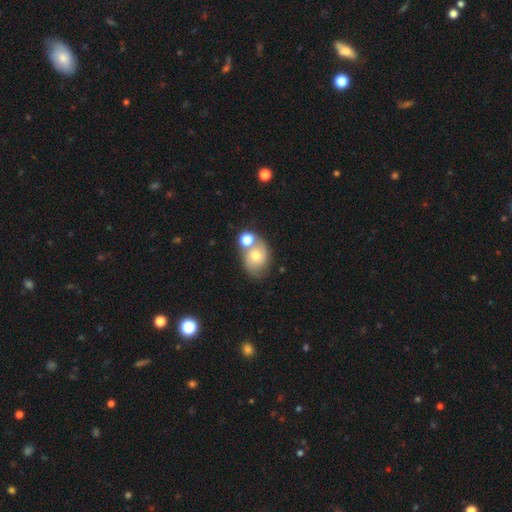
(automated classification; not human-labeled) smooth-or-featured: smooth: 51% | featured or disk: 38% | star or artifact: 10%
  how-rounded: round: 50% | in between: 49% | cigar-shaped: 1%
  merging: none: 45% | merger: 34% | minor disturbance: 14% | major disturbance: 6%